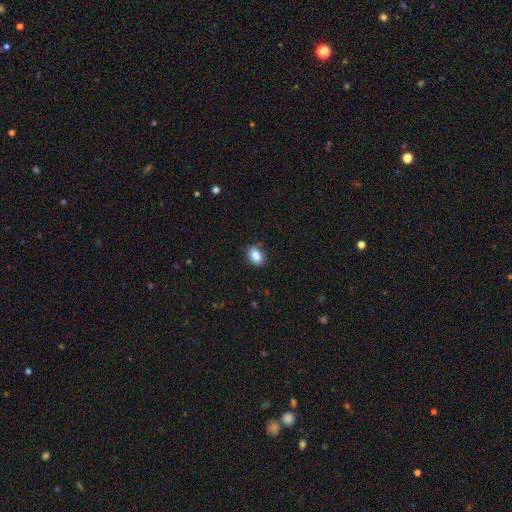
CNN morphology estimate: This is clearly a smooth galaxy (87%). How rounded: likely in between (78%). Merging: clearly none (87%).